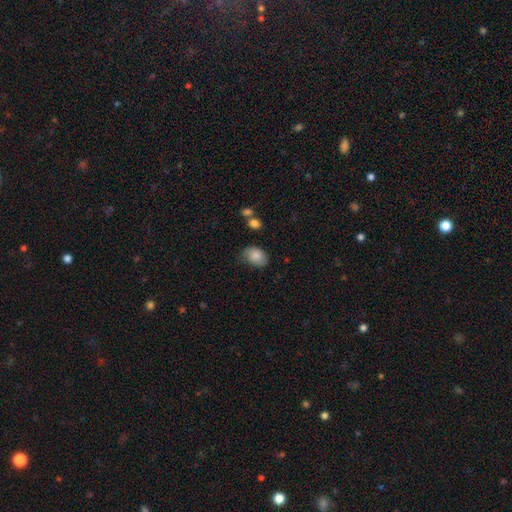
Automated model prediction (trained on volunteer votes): smooth_or_featured: smooth (p=0.84) [alt: featured or disk p=0.09]
how_rounded: in between (p=0.78) [alt: round p=0.21]
merging: none (p=0.61) [alt: minor disturbance p=0.29]